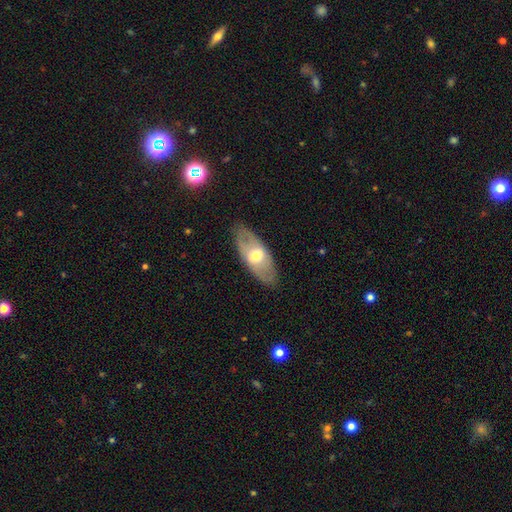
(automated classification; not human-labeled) Overall: smooth (48%; featured or disk 47%). Merging: none (83%).